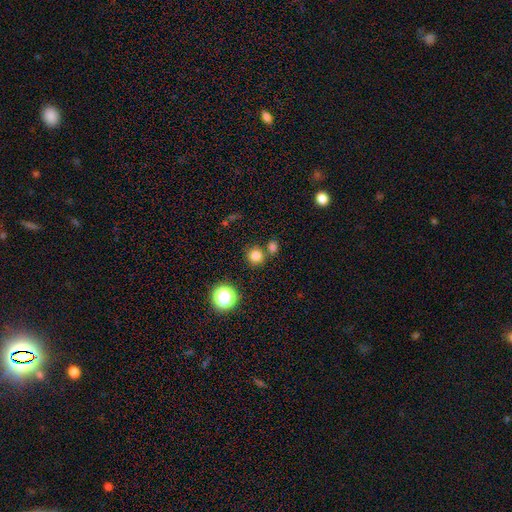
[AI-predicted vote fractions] Morphology: type=smooth (79%); roundness=round (91%); merging=none (74%).